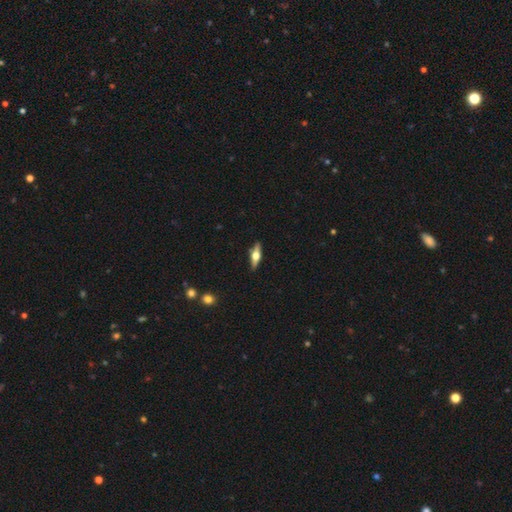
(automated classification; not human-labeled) A featured or disk galaxy (65%) viewed edge-on (96%) with a rounded central bulge (95%). Merging: none (89%).